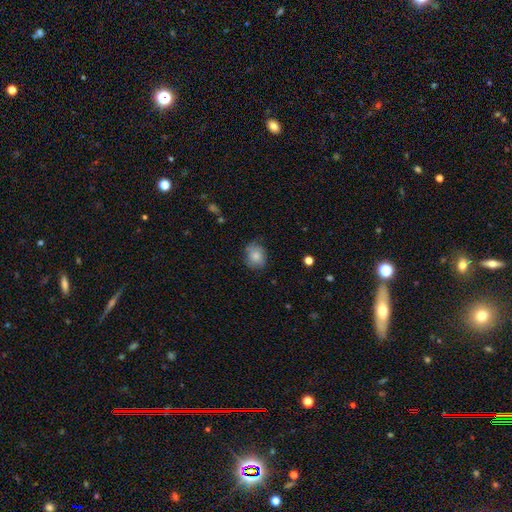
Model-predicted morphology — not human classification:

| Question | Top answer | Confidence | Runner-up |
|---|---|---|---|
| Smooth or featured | smooth | 76% | featured or disk (15%) |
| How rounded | round | 57% | in between (42%) |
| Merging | none | 66% | minor disturbance (26%) |